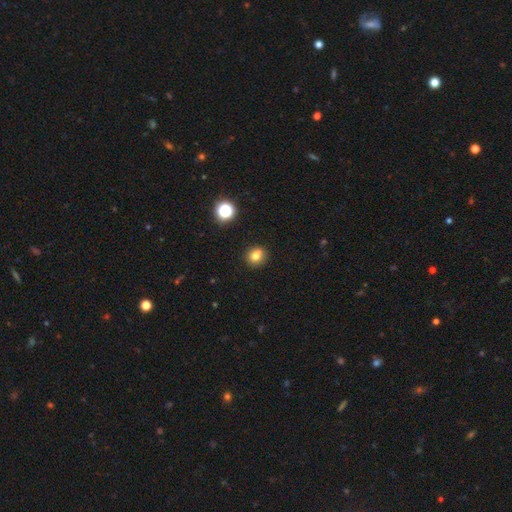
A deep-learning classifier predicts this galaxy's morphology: type=smooth (77%); roundness=round (84%); merging=none (74%).